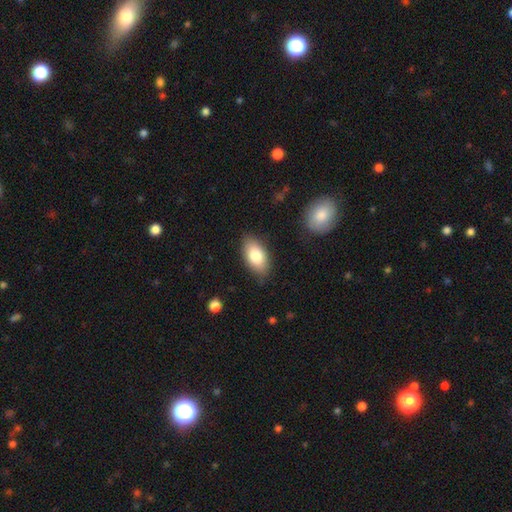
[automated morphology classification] smooth-or-featured: smooth: 82% | featured or disk: 12% | star or artifact: 6%
  how-rounded: in between: 93% | round: 4% | cigar-shaped: 3%
  merging: none: 82% | minor disturbance: 14% | major disturbance: 3% | merger: 2%